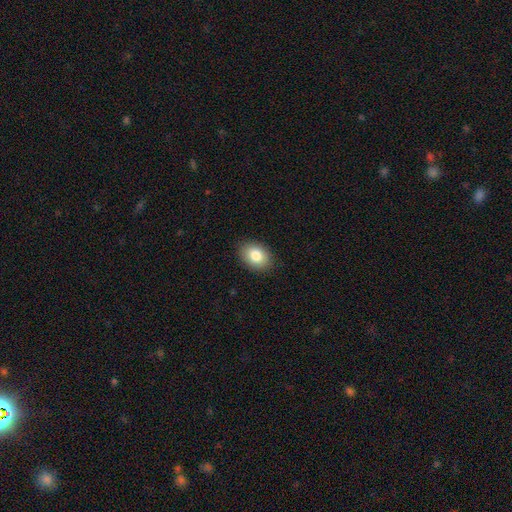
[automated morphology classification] Q: Smooth or featured?
A: smooth (83%); runner-up: featured or disk (9%)
Q: How rounded?
A: in between (73%); runner-up: round (26%)
Q: Merging?
A: none (88%); runner-up: minor disturbance (9%)